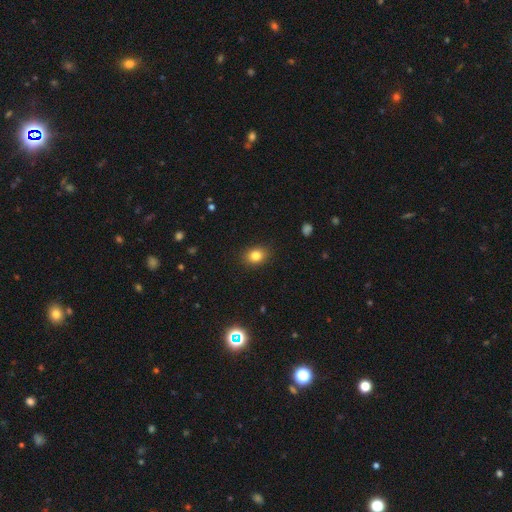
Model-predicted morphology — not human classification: This is clearly a smooth galaxy (83%). How rounded: possibly in between (56%). Merging: clearly none (88%).